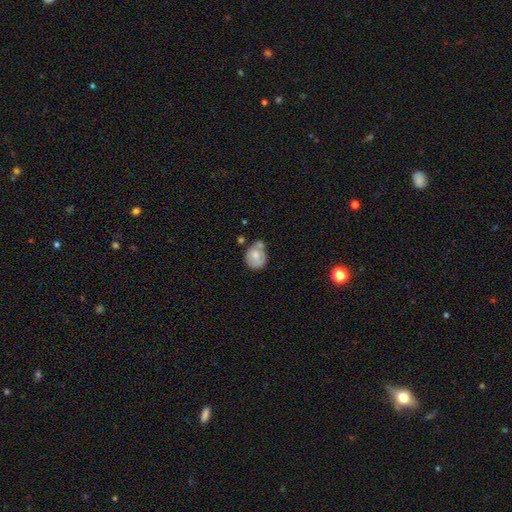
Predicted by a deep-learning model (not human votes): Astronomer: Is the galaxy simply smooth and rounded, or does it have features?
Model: smooth — 67%.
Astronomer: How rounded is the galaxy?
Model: round — 63%.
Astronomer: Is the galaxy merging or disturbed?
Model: none — 39% (runner-up: merger, 28%).